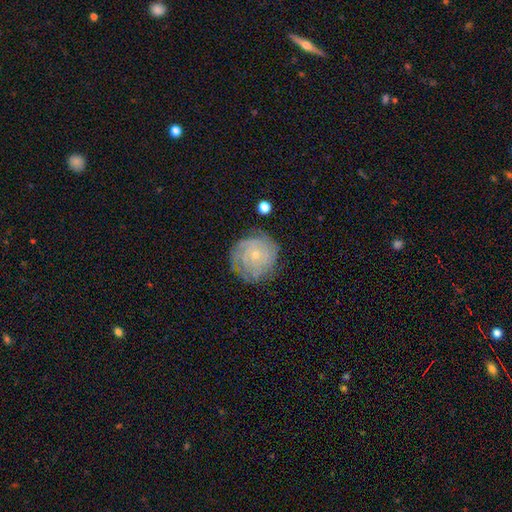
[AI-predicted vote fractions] smooth-or-featured: featured or disk: 74% | smooth: 18% | star or artifact: 8%
  disk-edge-on: no: 98% | yes: 2%
    bar: no: 82% | weak: 15% | strong: 3%
    has-spiral-arms: yes: 90% | no: 10%
      spiral-winding: tight: 80% | medium: 15% | loose: 4%
      spiral-arm-count: can't tell: 43% | 3: 17% | 4: 14% | 2: 14% | more than 4: 7% | 1: 6%
    bulge-size: small: 74% | moderate: 22% | none: 2% | large: 1% | dominant: 1%
  merging: none: 77% | minor disturbance: 16% | major disturbance: 6% | merger: 2%